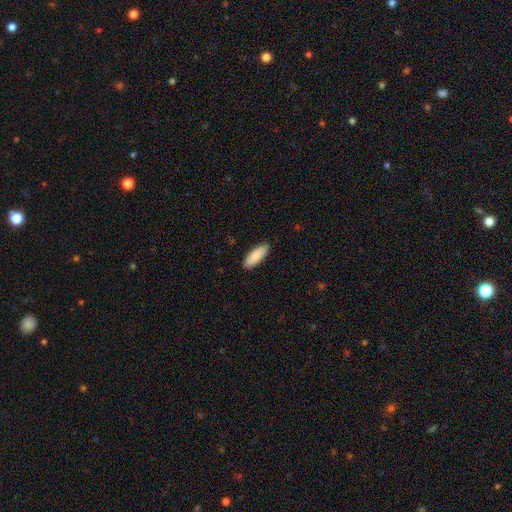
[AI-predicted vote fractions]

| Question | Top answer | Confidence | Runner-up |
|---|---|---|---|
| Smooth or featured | smooth | 88% | featured or disk (6%) |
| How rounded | in between | 66% | cigar-shaped (32%) |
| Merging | none | 91% | minor disturbance (7%) |